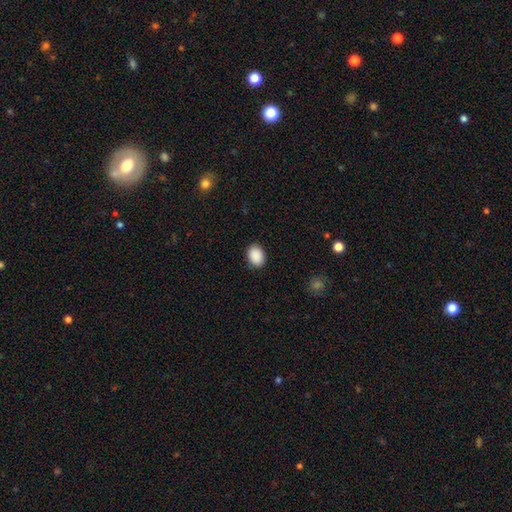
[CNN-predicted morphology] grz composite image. It shows a smooth galaxy with no disk features (90%) that is in between round and cigar-shaped (71%). Merging: none (89%).